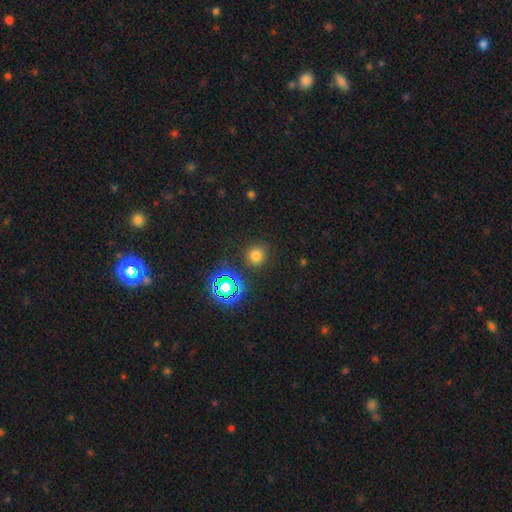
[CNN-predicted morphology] Smooth or featured? smooth (68%)
How rounded? round (91%)
Merging? none (87%)